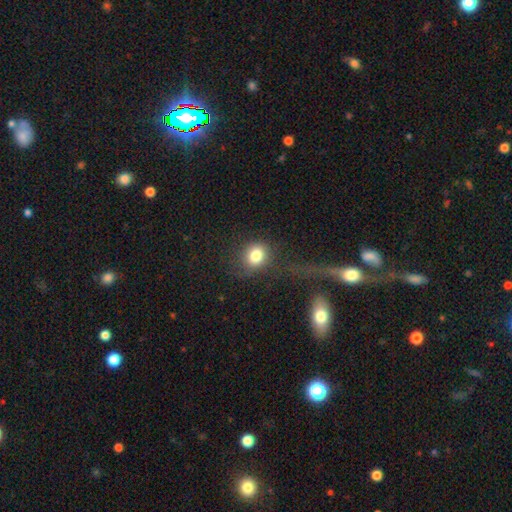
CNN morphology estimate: Smooth or featured? Predicted: smooth (p=0.81). How rounded? Predicted: round (p=0.72). Merging? Predicted: none (p=0.67).